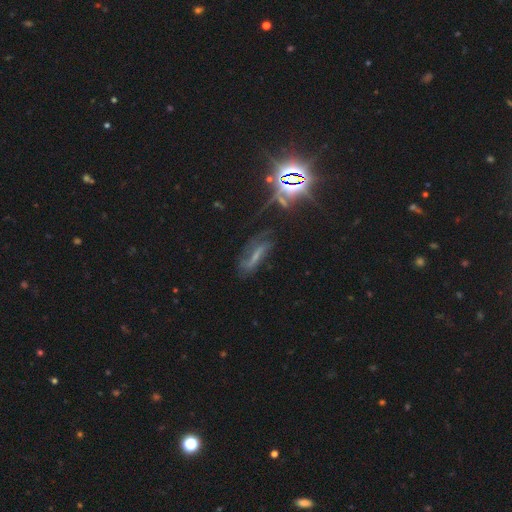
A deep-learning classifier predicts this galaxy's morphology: This appears to be a featured or disk galaxy (45%). Merging: none (50%).